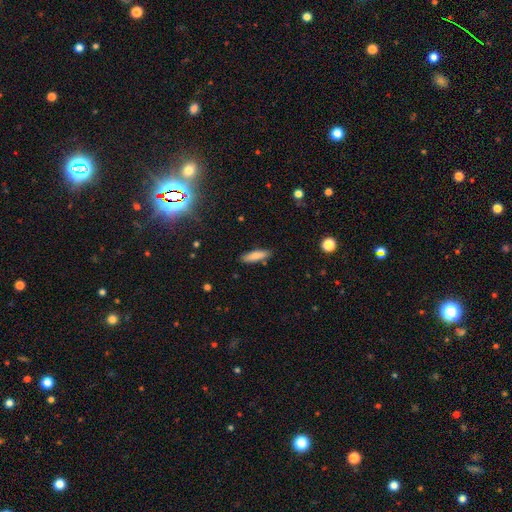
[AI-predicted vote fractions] A smooth galaxy with no disk features (83%) that is cigar-shaped (60%). Merging: none (85%).